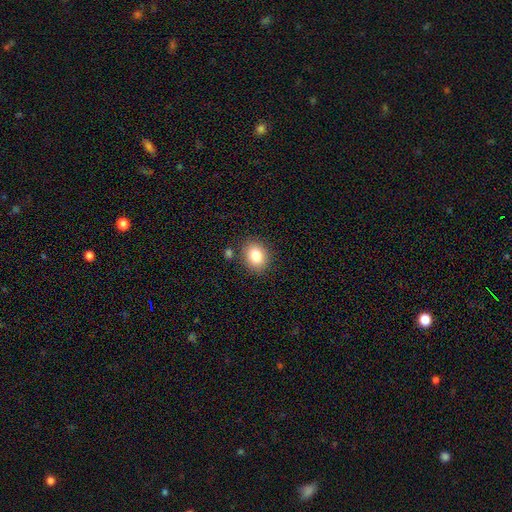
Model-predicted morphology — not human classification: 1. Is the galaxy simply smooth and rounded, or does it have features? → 83% smooth, 9% star or artifact, 8% featured or disk.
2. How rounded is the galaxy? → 50% round, 49% in between, 1% cigar-shaped.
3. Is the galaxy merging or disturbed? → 83% none, 10% minor disturbance, 4% merger, 3% major disturbance.